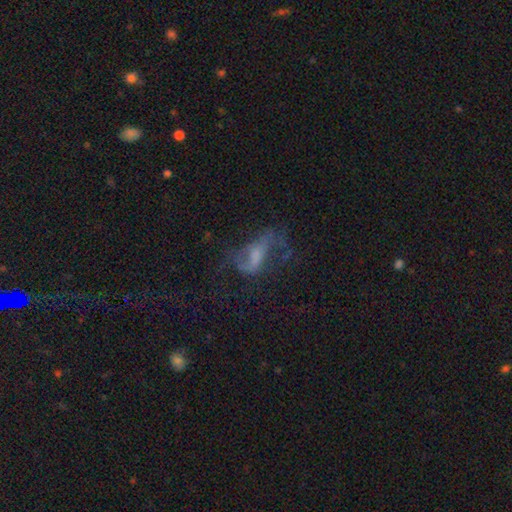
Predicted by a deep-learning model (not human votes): A featured or disk galaxy (53%). Merging: major disturbance (44%).